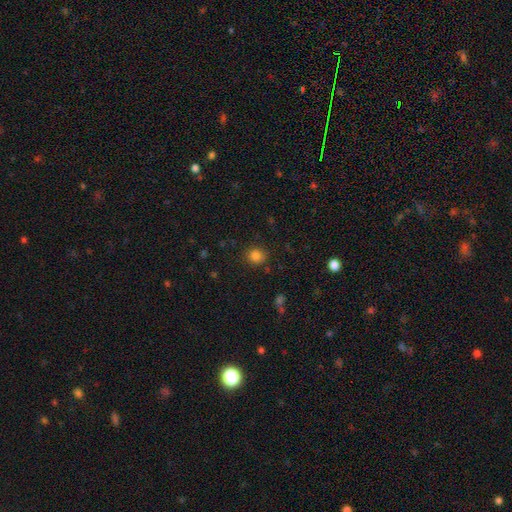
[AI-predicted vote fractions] This is clearly a smooth galaxy (83%). How rounded: clearly round (85%). Merging: clearly none (86%).